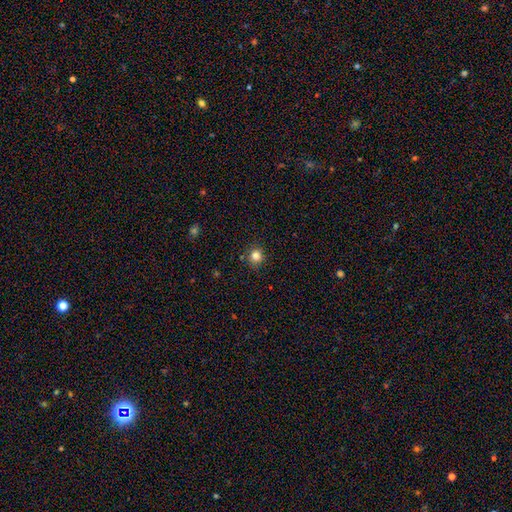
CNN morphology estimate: This is clearly a smooth galaxy (82%). How rounded: clearly round (89%). Merging: clearly none (88%).